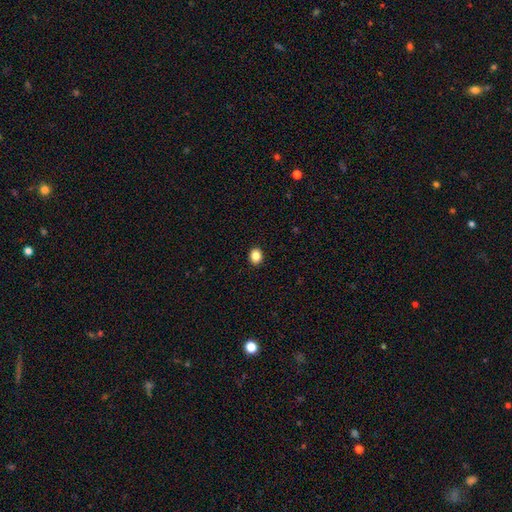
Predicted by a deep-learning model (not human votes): Q: Smooth or featured?
A: smooth (86%); runner-up: star or artifact (10%)
Q: How rounded?
A: round (60%); runner-up: in between (39%)
Q: Merging?
A: none (92%); runner-up: minor disturbance (6%)